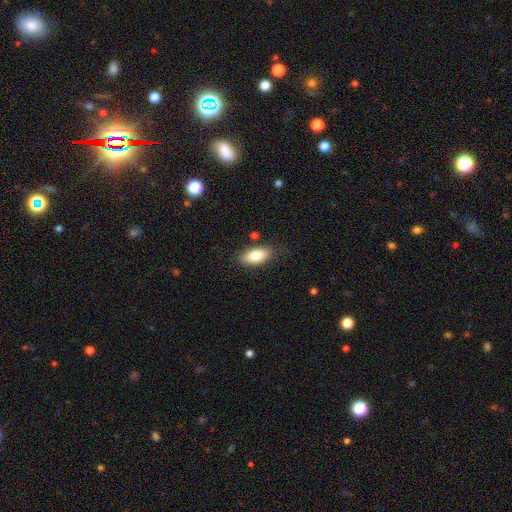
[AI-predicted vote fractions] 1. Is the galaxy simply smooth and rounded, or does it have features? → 82% smooth, 12% featured or disk, 7% star or artifact.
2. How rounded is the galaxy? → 86% in between, 11% cigar-shaped, 3% round.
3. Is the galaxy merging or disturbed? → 81% none, 14% minor disturbance, 3% major disturbance, 3% merger.